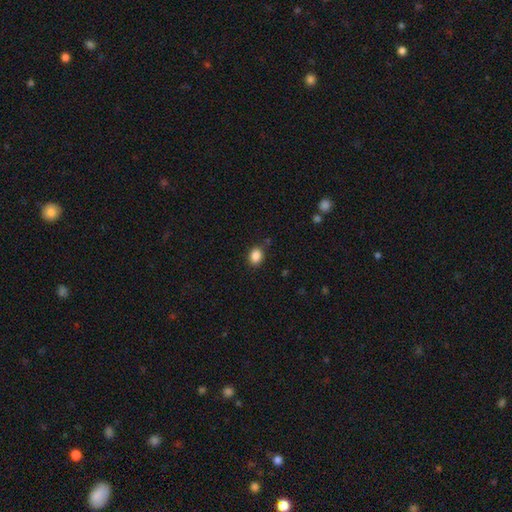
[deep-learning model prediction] Morphology: type=smooth (86%); roundness=in between (63%); merging=none (83%).